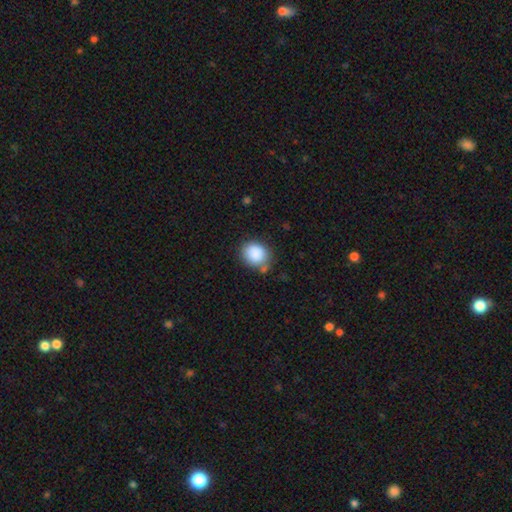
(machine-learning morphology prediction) smooth 88%, star or artifact 8%, featured or disk 4%. Down the decision tree: how rounded — round (68%); merging — none (73%).